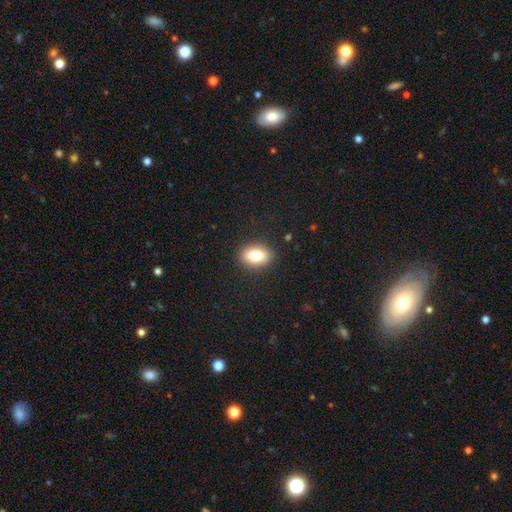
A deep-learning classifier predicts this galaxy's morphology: Smooth or featured?
  - smooth: 79% *
  - featured or disk: 12%
  - star or artifact: 9%
How rounded?
  - in between: 78% *
  - round: 20%
  - cigar-shaped: 2%
Merging?
  - none: 89% *
  - minor disturbance: 8%
  - major disturbance: 2%
  - merger: 1%